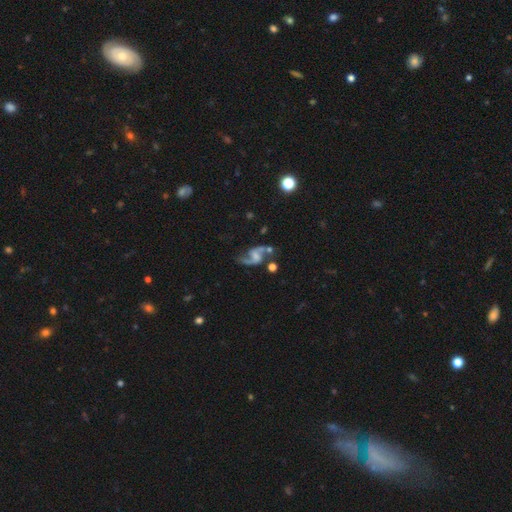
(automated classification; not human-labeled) This is clearly a featured or disk galaxy (85%). It is clearly not viewed edge-on (98%). Bar: marginally weak (44%). Spiral arm pattern: clearly yes (95%). Spiral arm count: clearly 2 (91%). Spiral winding: likely loose (74%). Central bulge: possibly none (46%). Merging: possibly none (56%).